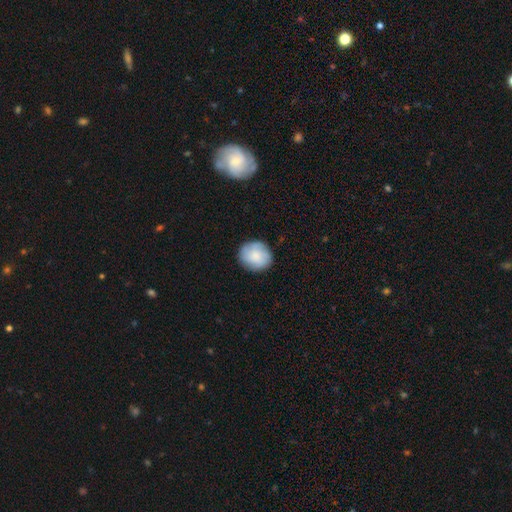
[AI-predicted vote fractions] Smooth or featured: smooth — 76% (featured or disk — 17%)
How rounded: round — 79% (in between — 20%)
Merging: none — 84% (minor disturbance — 12%)